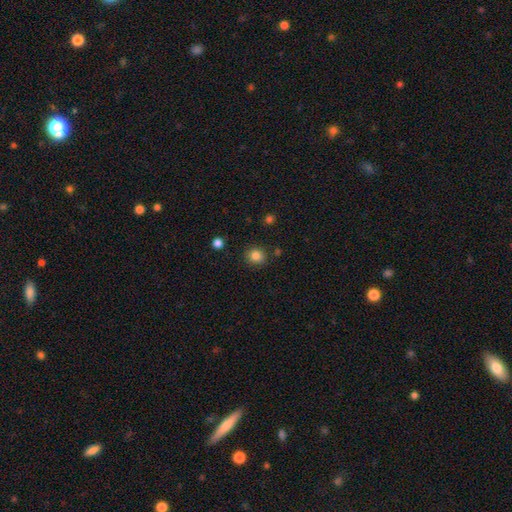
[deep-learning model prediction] Morphology: type=smooth (84%); roundness=round (85%); merging=none (86%).